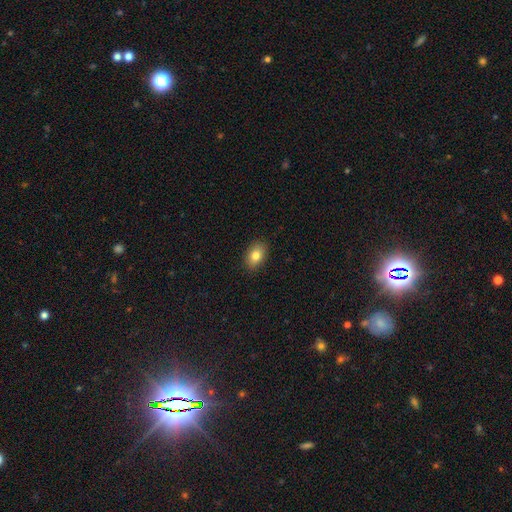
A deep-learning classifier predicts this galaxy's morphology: Q: Smooth or featured?
A: smooth (81%); runner-up: featured or disk (10%)
Q: How rounded?
A: in between (86%); runner-up: round (13%)
Q: Merging?
A: none (89%); runner-up: minor disturbance (8%)